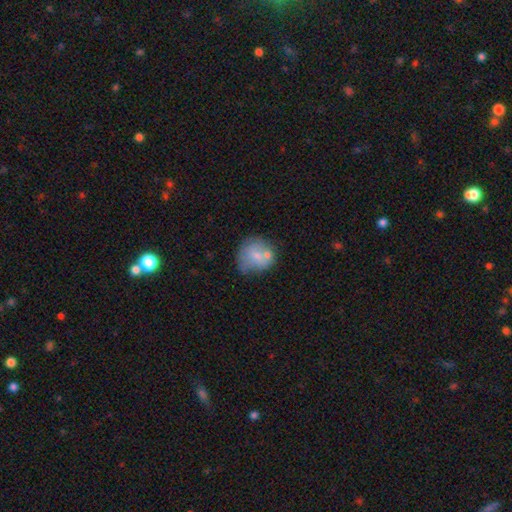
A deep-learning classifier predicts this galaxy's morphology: The model was most divided on "merging": none: 46%, minor disturbance: 23%, merger: 22%, major disturbance: 9%. More confident: how rounded — round (79%); smooth or featured — smooth (66%).